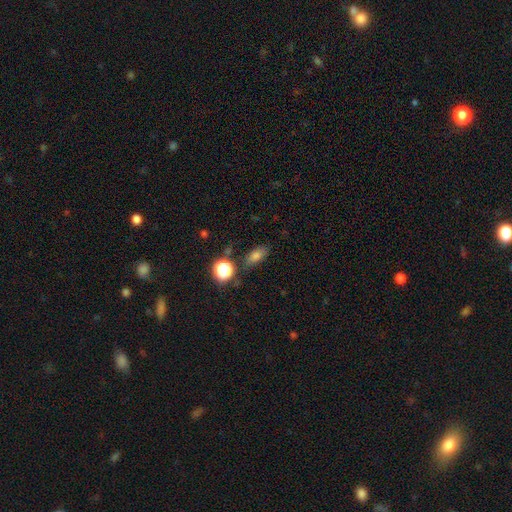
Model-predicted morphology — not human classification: The model was most divided on "smooth or featured": smooth: 76%, star or artifact: 15%, featured or disk: 9%. More confident: merging — none (79%); how rounded — in between (78%).